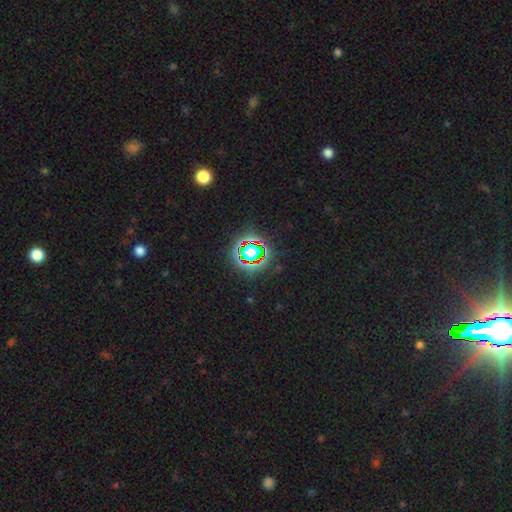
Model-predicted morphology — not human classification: Smooth or featured?
  - star or artifact: 70% *
  - smooth: 19%
  - featured or disk: 10%